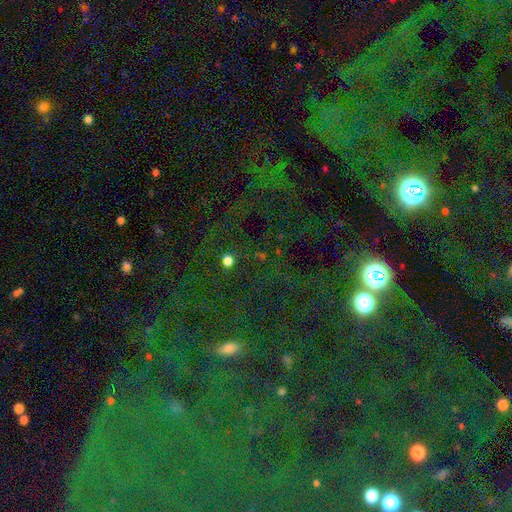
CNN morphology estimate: The model was most divided on "smooth or featured": star or artifact: 75%, smooth: 14%, featured or disk: 11%.